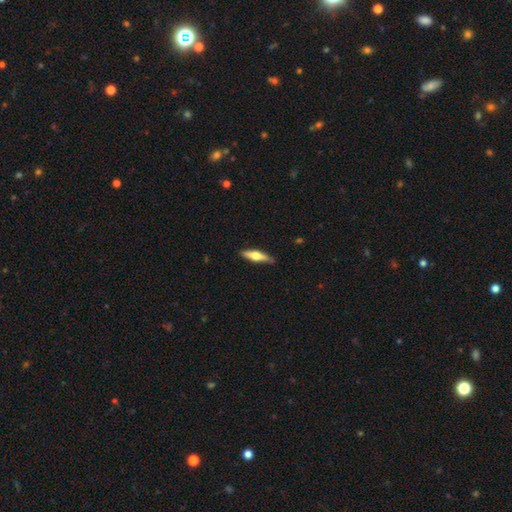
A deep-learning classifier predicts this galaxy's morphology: Smooth or featured: featured or disk — 52% (smooth — 43%)
Edge-on disk: yes — 94% (no — 6%)
Merging: none — 85% (minor disturbance — 12%)